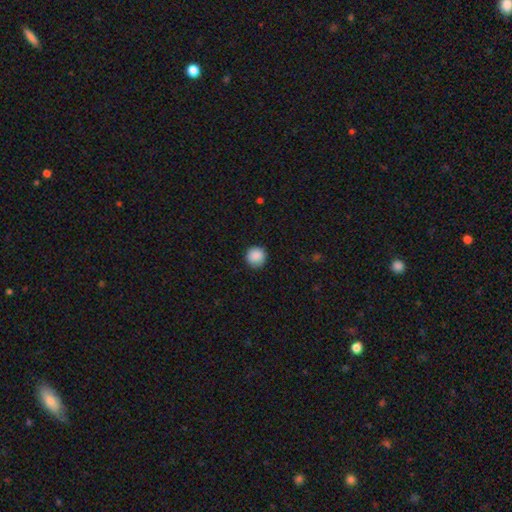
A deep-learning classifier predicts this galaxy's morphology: Q: Smooth or featured?
A: smooth (88%); runner-up: star or artifact (8%)
Q: How rounded?
A: round (95%); runner-up: in between (4%)
Q: Merging?
A: none (89%); runner-up: minor disturbance (8%)